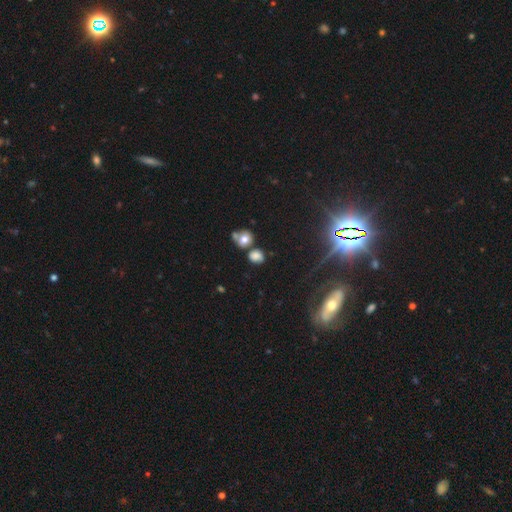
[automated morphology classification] type=smooth (74%); roundness=round (61%); merging=none (54%).